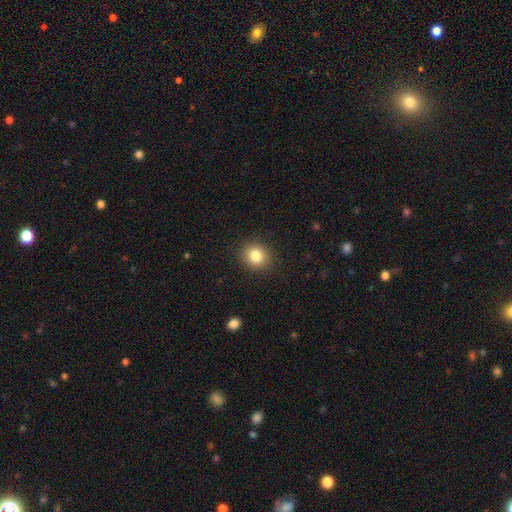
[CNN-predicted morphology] The model was most divided on "how rounded": round: 80%, in between: 19%, cigar-shaped: 1%. More confident: merging — none (90%); smooth or featured — smooth (83%).